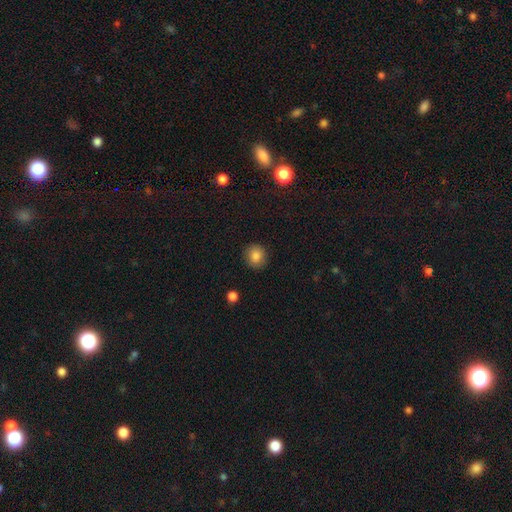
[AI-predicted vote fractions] Overall: smooth (84%). How rounded: round (87%). Merging: none (89%).